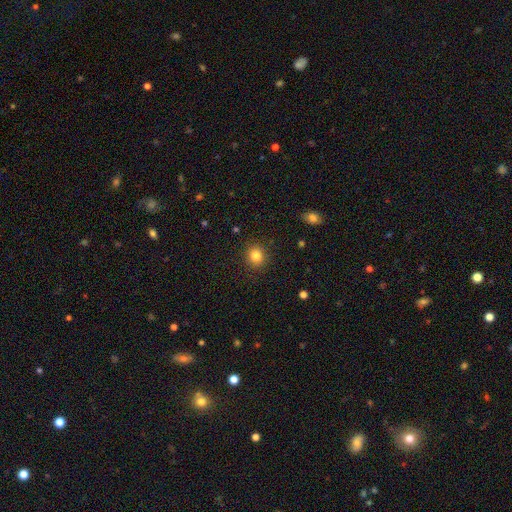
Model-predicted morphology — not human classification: Smooth or featured? Predicted: smooth (p=0.84). How rounded? Predicted: round (p=0.80). Merging? Predicted: none (p=0.89).